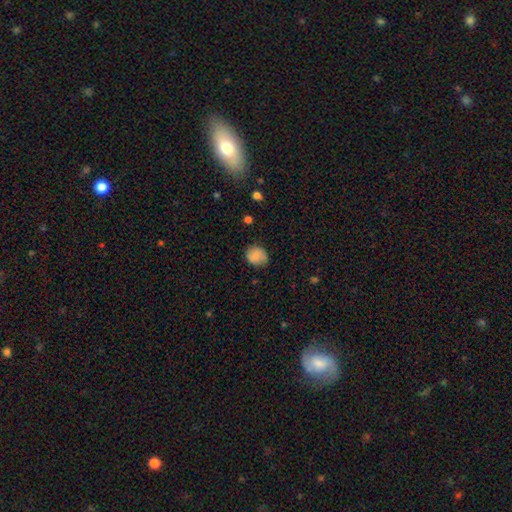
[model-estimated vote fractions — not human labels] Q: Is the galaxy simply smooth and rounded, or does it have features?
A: smooth — 78%.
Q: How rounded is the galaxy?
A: round — 75%.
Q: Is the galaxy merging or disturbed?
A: none — 72%.